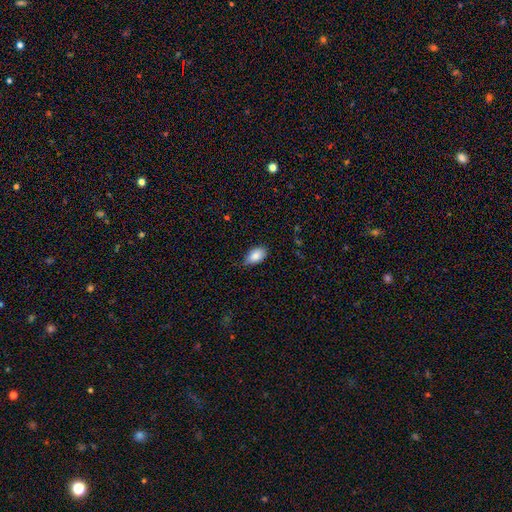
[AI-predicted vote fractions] smooth-or-featured: smooth: 85% | featured or disk: 7% | star or artifact: 7%
  how-rounded: in between: 92% | round: 7% | cigar-shaped: 2%
  merging: none: 68% | minor disturbance: 27% | major disturbance: 4% | merger: 1%